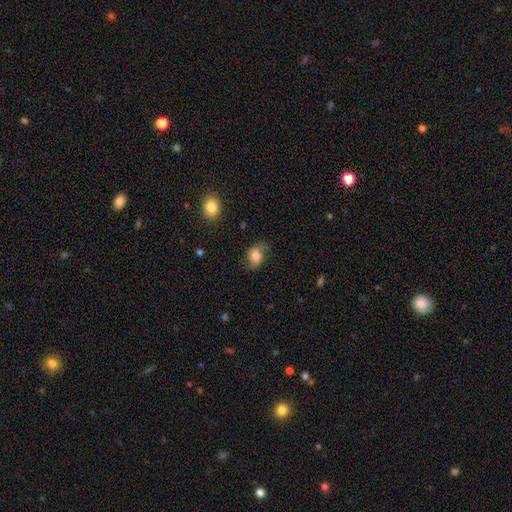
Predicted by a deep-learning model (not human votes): smooth 70%, featured or disk 21%, star or artifact 9%. Down the decision tree: how rounded — in between (66%); merging — none (63%).